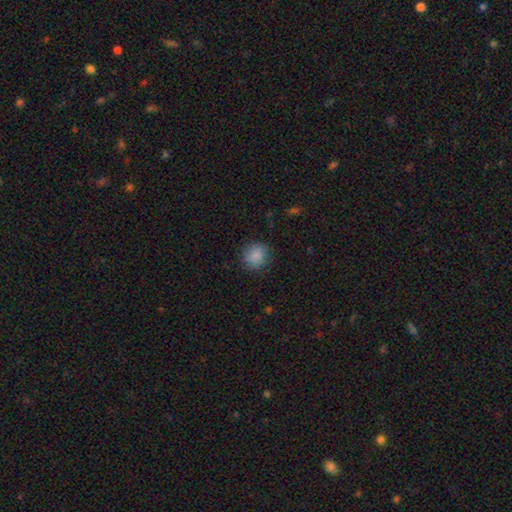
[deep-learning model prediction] Smooth or featured? Predicted: smooth (p=0.86). How rounded? Predicted: round (p=0.78). Merging? Predicted: none (p=0.84).